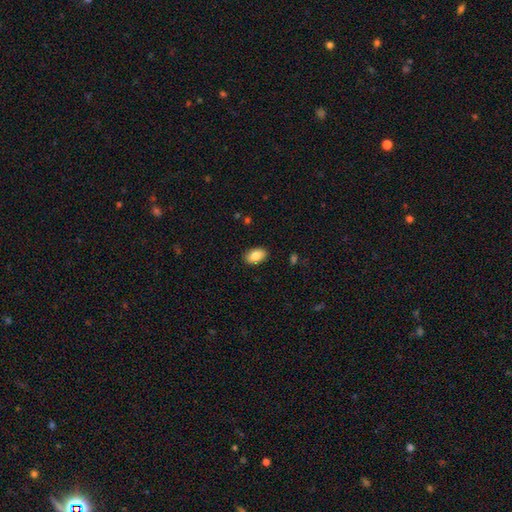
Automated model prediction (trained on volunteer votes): This is clearly a smooth galaxy (86%). How rounded: clearly in between (91%). Merging: clearly none (88%).